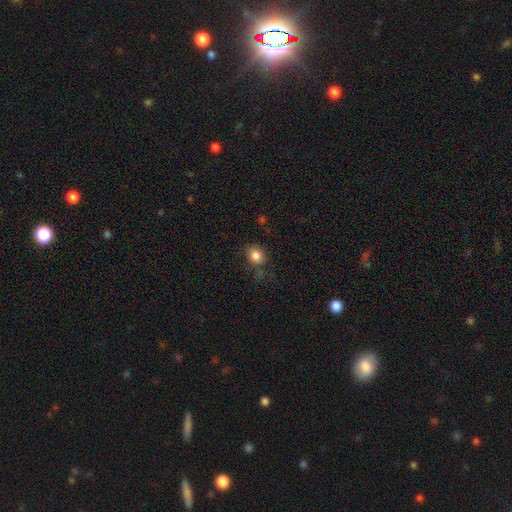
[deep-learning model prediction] Smooth or featured? smooth (84%)
How rounded? round (65%)
Merging? none (75%)